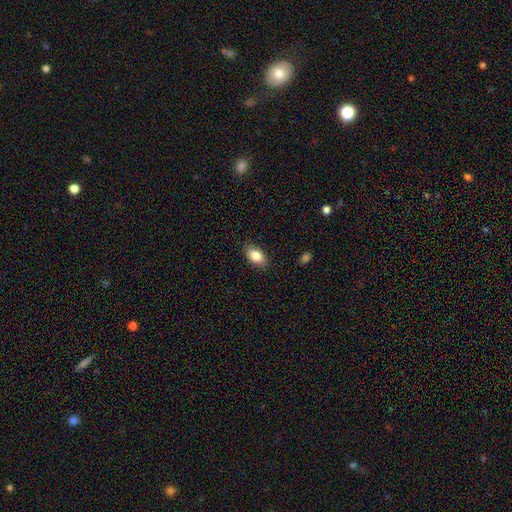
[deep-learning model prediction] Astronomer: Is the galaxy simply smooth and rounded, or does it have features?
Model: smooth — 82%.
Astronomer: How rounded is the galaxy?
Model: in between — 90%.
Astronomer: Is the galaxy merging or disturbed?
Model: none — 86%.